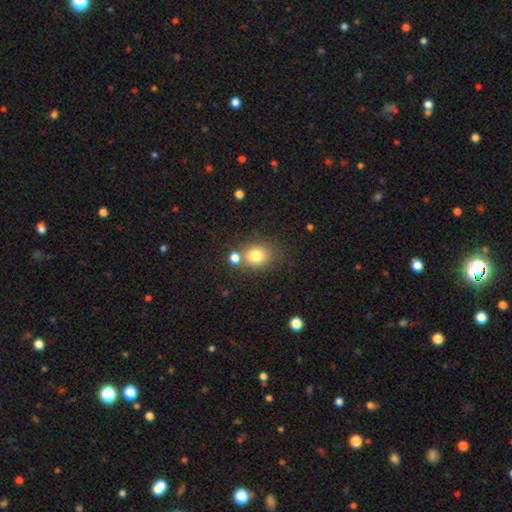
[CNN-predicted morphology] type=smooth (78%); roundness=round (68%); merging=none (64%).